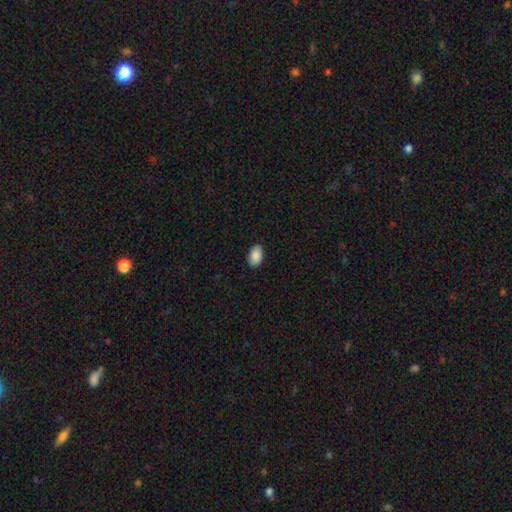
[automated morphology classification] Smooth or featured?
  - smooth: 90% *
  - star or artifact: 7%
  - featured or disk: 4%
How rounded?
  - in between: 91% *
  - round: 8%
  - cigar-shaped: 1%
Merging?
  - none: 87% *
  - minor disturbance: 10%
  - major disturbance: 2%
  - merger: 1%